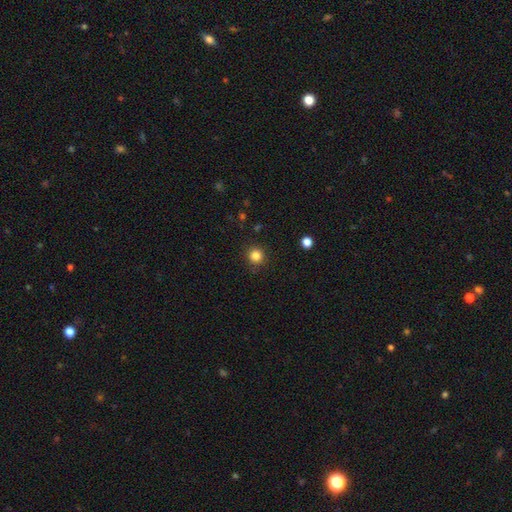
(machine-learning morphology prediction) Smooth or featured? Predicted: smooth (p=0.83). How rounded? Predicted: round (p=0.95). Merging? Predicted: none (p=0.90).